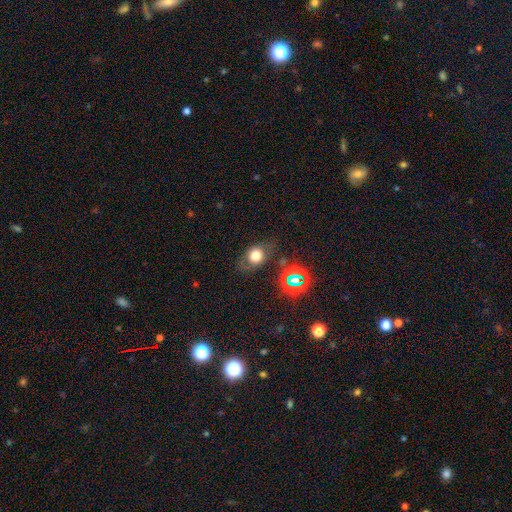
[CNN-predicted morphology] Smooth or featured: smooth — 66% (featured or disk — 17%)
How rounded: in between — 50% (round — 48%)
Merging: none — 68% (minor disturbance — 19%)